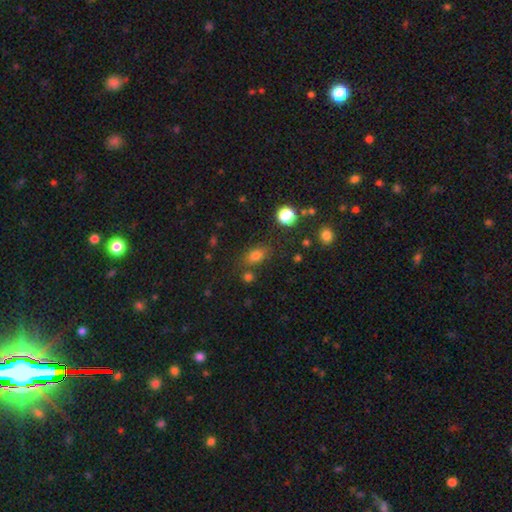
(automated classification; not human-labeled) This is likely a smooth galaxy (76%). How rounded: likely in between (74%). Merging: likely none (74%).